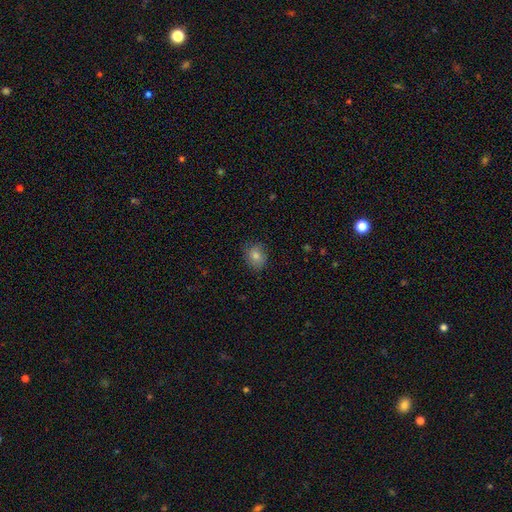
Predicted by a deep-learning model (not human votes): Smooth or featured? smooth (72%)
How rounded? round (61%)
Merging? none (81%)